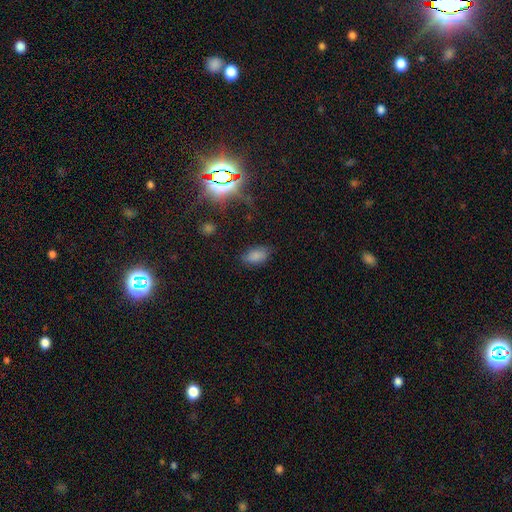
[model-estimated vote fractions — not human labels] Smooth or featured? Predicted: smooth (p=0.79). How rounded? Predicted: in between (p=0.92). Merging? Predicted: none (p=0.78).